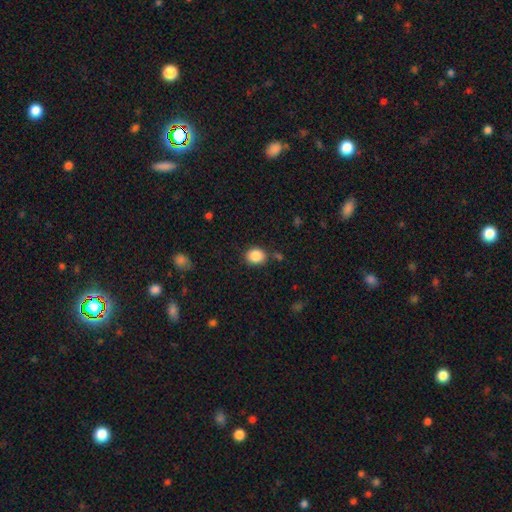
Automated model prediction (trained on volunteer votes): Smooth or featured: smooth — 86% (star or artifact — 9%)
How rounded: round — 70% (in between — 29%)
Merging: none — 81% (minor disturbance — 11%)